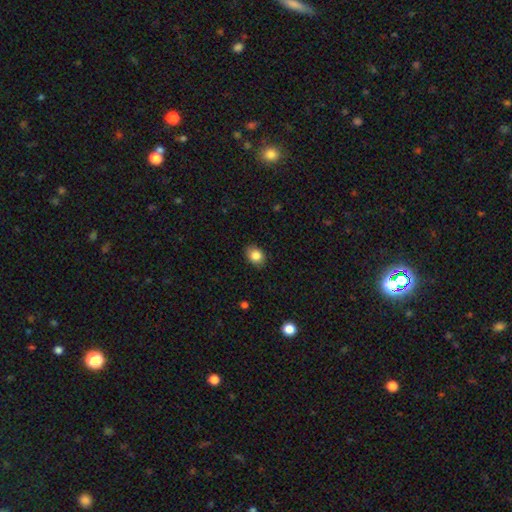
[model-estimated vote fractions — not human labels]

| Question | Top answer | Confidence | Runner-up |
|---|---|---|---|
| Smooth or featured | smooth | 85% | star or artifact (9%) |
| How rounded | in between | 59% | round (40%) |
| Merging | none | 85% | minor disturbance (11%) |